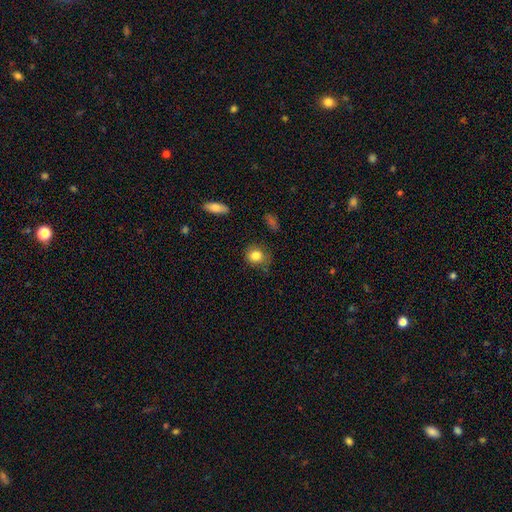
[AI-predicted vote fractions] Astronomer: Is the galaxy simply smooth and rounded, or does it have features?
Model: smooth — 83%.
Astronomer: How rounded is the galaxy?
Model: round — 71%.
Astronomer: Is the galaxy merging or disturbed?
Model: none — 71%.